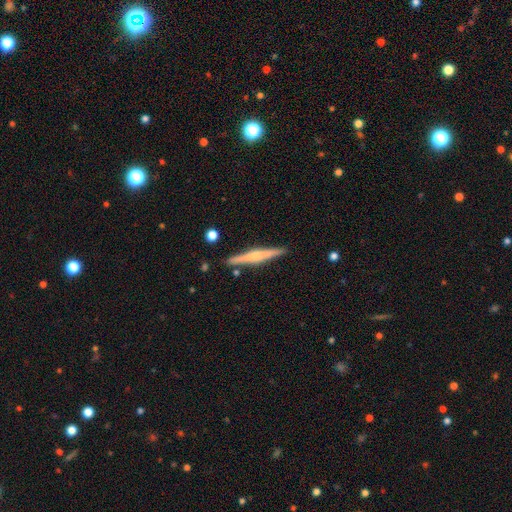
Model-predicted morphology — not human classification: A featured or disk galaxy (60%) viewed edge-on (98%) with a rounded central bulge (62%).

Vote fractions:
- Smooth or featured? featured or disk: 60% / smooth: 34% / star or artifact: 6%
- Edge-on disk? yes: 98% / no: 2%
- Edge-on bulge? rounded: 62% / none: 24% / boxy: 14%
- Merging? none: 89% / minor disturbance: 7% / merger: 2% / major disturbance: 2%